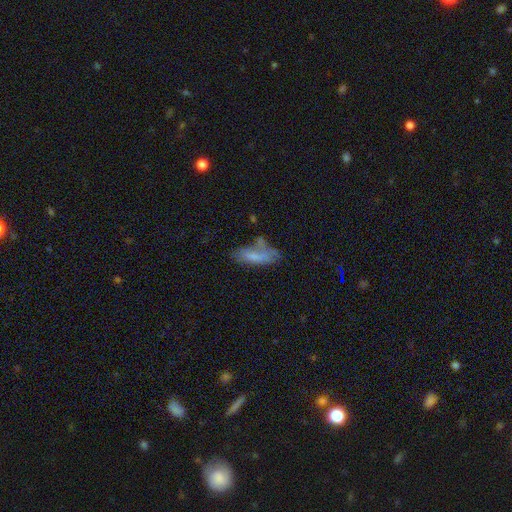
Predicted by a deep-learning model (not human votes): This is likely a smooth galaxy (64%). How rounded: likely in between (63%). Merging: marginally none (44%).